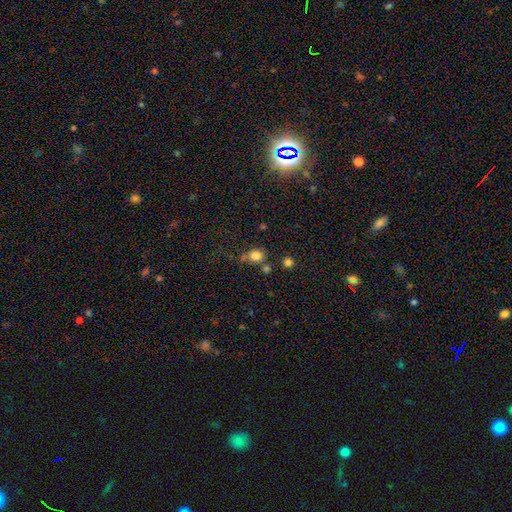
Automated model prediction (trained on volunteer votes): The model was most divided on "how rounded": round: 67%, in between: 32%, cigar-shaped: 1%. More confident: smooth or featured — smooth (81%); merging — none (63%).